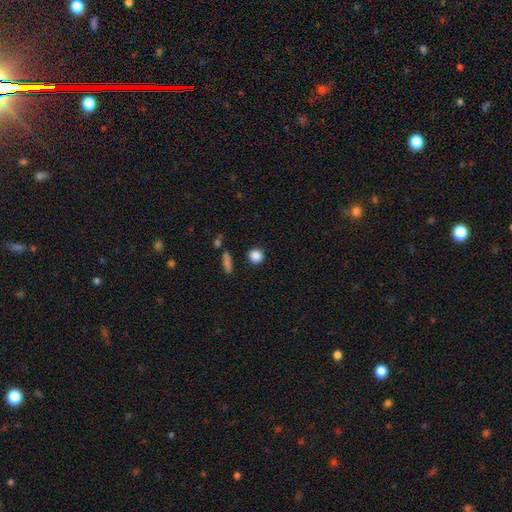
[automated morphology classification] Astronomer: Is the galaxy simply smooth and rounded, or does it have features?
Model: smooth — 86%.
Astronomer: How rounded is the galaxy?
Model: round — 89%.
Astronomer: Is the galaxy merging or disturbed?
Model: none — 88%.